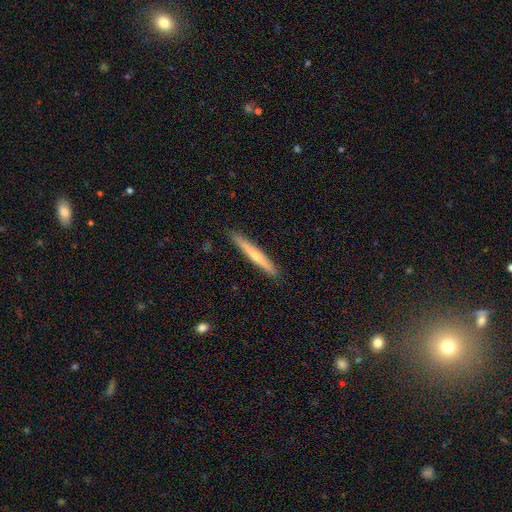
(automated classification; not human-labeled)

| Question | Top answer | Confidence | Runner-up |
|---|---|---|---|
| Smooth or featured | smooth | 49% | featured or disk (46%) |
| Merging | none | 90% | minor disturbance (7%) |